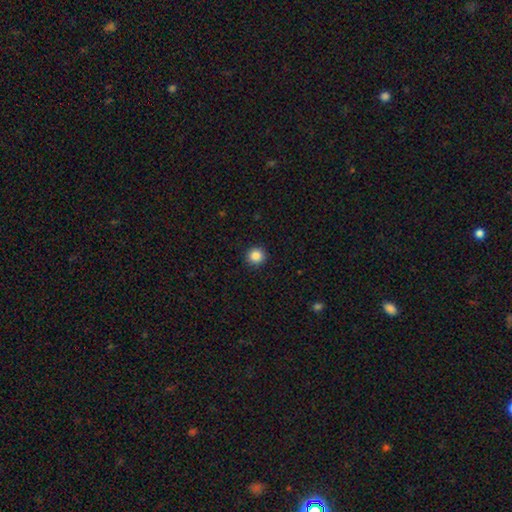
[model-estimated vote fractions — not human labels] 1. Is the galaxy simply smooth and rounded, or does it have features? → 86% smooth, 10% star or artifact, 4% featured or disk.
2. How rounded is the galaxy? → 95% round, 4% in between, 1% cigar-shaped.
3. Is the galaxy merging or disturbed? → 93% none, 5% minor disturbance, 2% major disturbance, 1% merger.